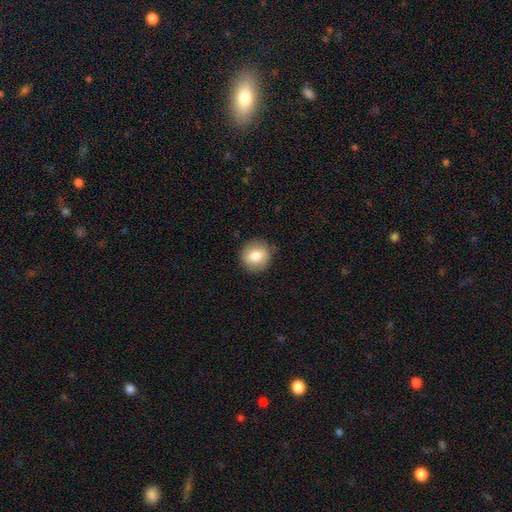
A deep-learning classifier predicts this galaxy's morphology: type=smooth (80%); roundness=round (88%); merging=none (87%).